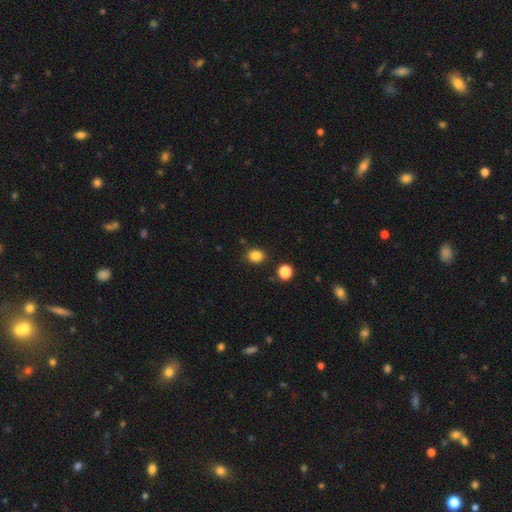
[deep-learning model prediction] Smooth or featured: smooth — 84% (star or artifact — 12%)
How rounded: round — 57% (in between — 42%)
Merging: none — 84% (minor disturbance — 9%)